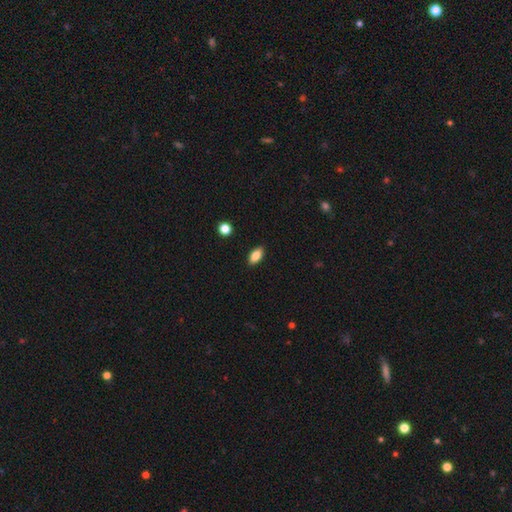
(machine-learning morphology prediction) Smooth or featured: smooth — 83% (featured or disk — 9%)
How rounded: in between — 89% (cigar-shaped — 7%)
Merging: none — 89% (minor disturbance — 8%)